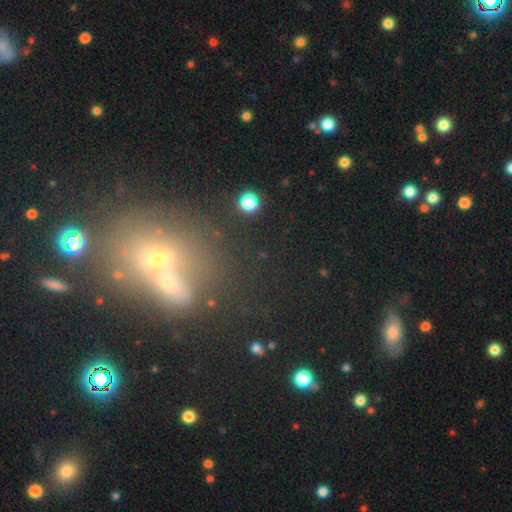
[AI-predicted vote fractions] Smooth or featured? smooth (40%)
Merging? merger (46%)